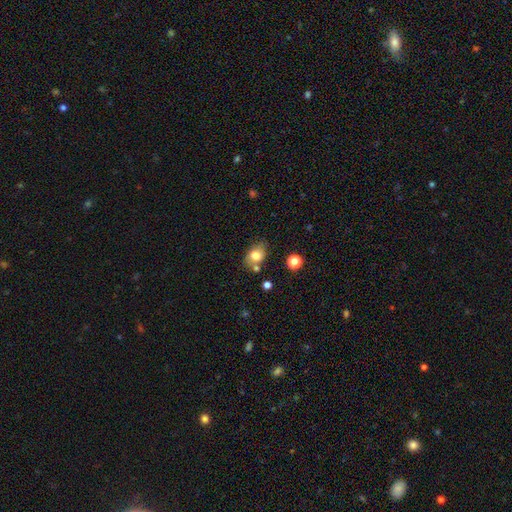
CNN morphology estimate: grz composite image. It shows a smooth galaxy with no disk features (76%) that is in between round and cigar-shaped (70%). Merging: none (62%).